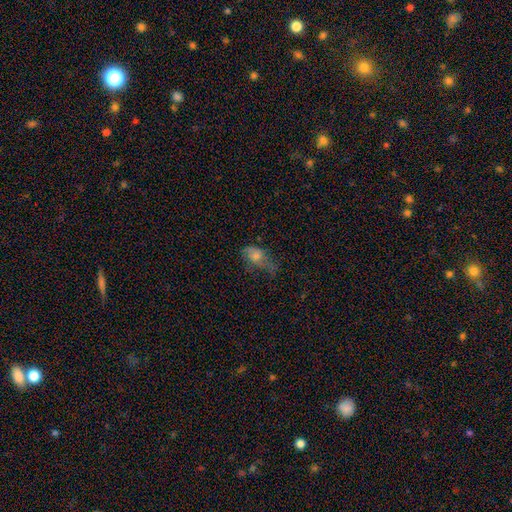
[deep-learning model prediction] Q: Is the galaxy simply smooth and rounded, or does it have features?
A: smooth — 56%.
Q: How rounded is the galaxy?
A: in between — 80%.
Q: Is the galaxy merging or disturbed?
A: none — 35%.